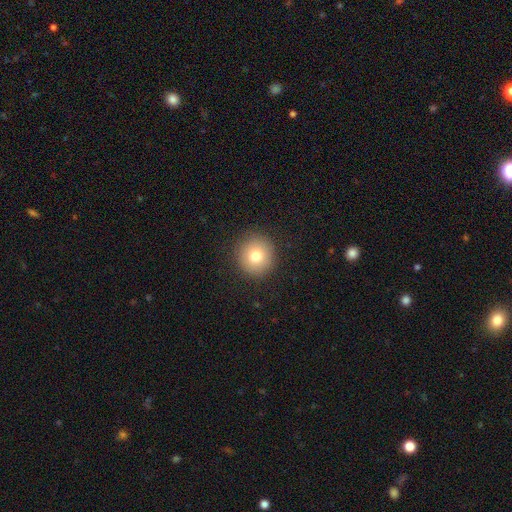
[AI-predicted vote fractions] Smooth or featured? smooth (77%)
How rounded? round (92%)
Merging? none (91%)